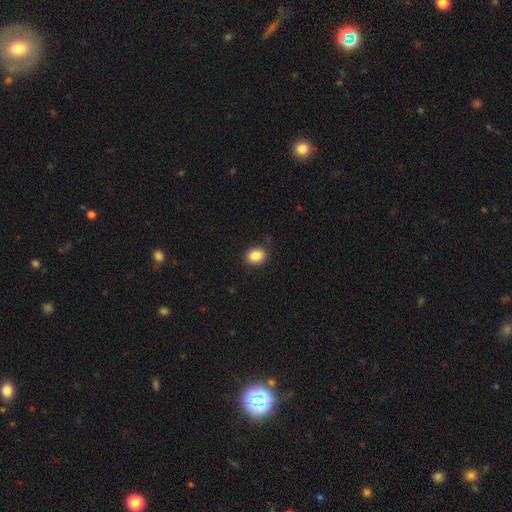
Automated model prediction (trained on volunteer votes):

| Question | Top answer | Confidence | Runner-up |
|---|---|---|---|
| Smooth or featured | smooth | 86% | star or artifact (9%) |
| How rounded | in between | 60% | round (39%) |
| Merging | none | 87% | minor disturbance (10%) |